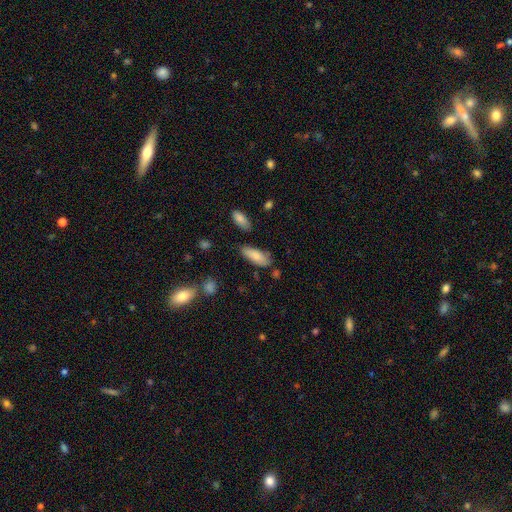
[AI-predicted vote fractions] smooth 82%, featured or disk 12%, star or artifact 7%. Down the decision tree: how rounded — in between (76%); merging — none (64%).